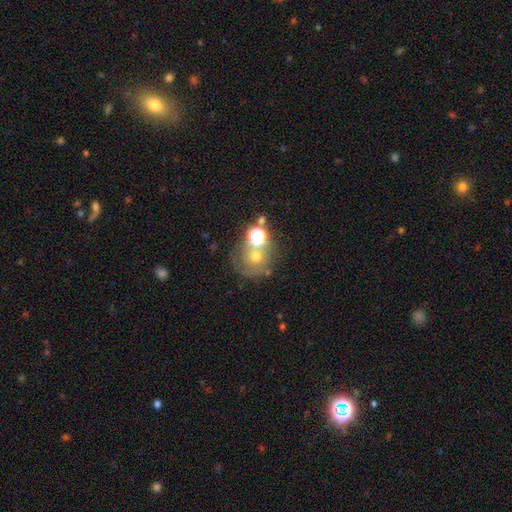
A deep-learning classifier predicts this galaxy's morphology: smooth_or_featured: smooth (p=0.54) [alt: featured or disk p=0.25]
how_rounded: round (p=0.82) [alt: in between p=0.17]
merging: none (p=0.43) [alt: merger p=0.28]